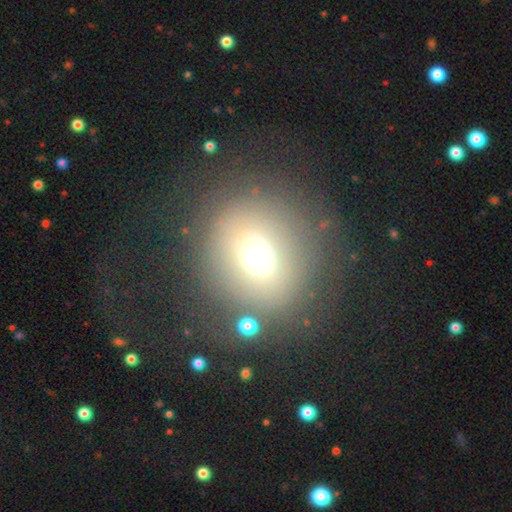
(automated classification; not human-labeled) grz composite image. It shows a smooth galaxy with no disk features (61%) that is round (85%). Merging: none (67%).